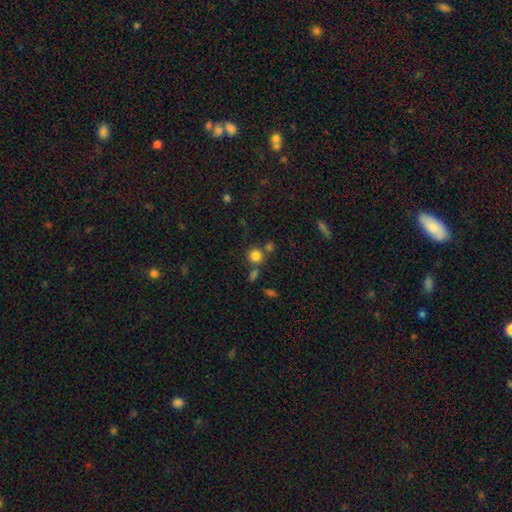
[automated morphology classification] smooth-or-featured: smooth: 80% | star or artifact: 13% | featured or disk: 6%
  how-rounded: round: 88% | in between: 11% | cigar-shaped: 1%
  merging: none: 67% | merger: 18% | minor disturbance: 11% | major disturbance: 5%